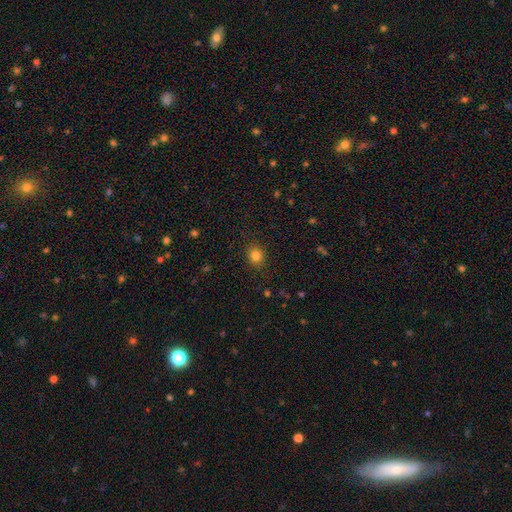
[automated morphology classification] Smooth or featured: smooth — 82% (star or artifact — 13%)
How rounded: round — 71% (in between — 28%)
Merging: none — 88% (minor disturbance — 9%)